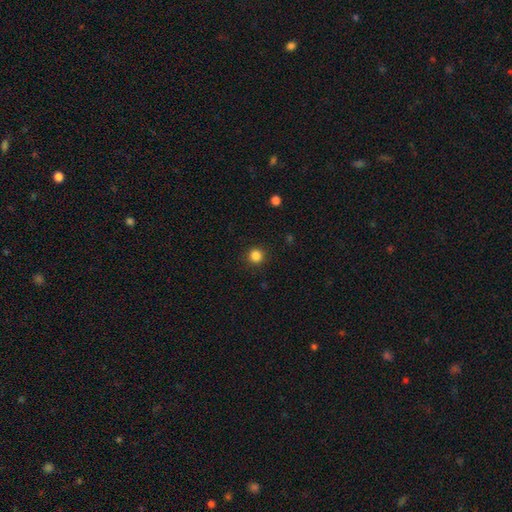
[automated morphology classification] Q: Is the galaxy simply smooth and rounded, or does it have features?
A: smooth — 85%.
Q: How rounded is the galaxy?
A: round — 95%.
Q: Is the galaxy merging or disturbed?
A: none — 91%.